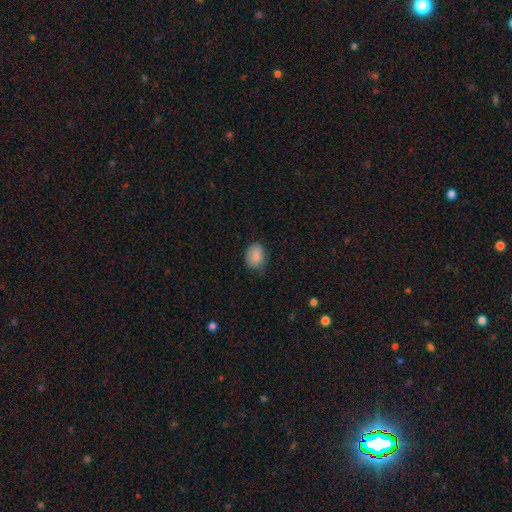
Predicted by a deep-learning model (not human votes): This appears to be a smooth galaxy with no disk features (87%) that is in between round and cigar-shaped (58%). Merging: none (70%).